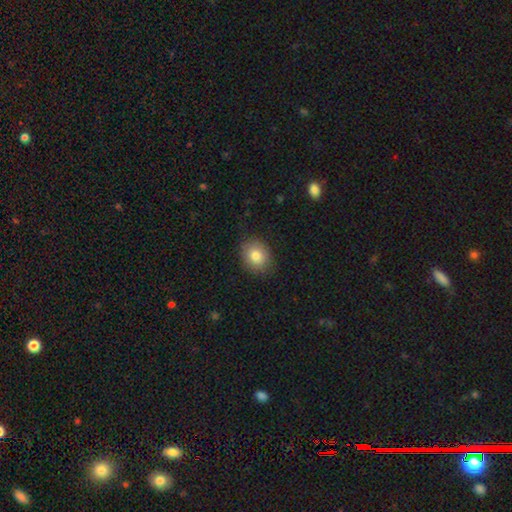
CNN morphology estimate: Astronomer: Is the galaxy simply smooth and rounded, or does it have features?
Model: smooth — 82%.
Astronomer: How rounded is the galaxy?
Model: round — 59% (runner-up: in between, 40%).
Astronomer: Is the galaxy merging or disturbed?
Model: none — 84%.